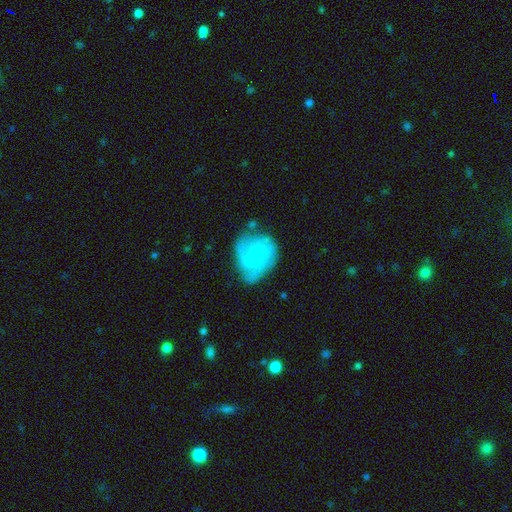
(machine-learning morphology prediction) Smooth or featured? Predicted: featured or disk (p=0.81). Edge-on disk? Predicted: no (p=0.98). Bar? Predicted: no (p=0.49). Spiral arms? Predicted: yes (p=0.94). Spiral winding? Predicted: medium (p=0.45). Spiral arm count? Predicted: 2 (p=0.35). Bulge size? Predicted: small (p=0.57). Merging? Predicted: none (p=0.61).